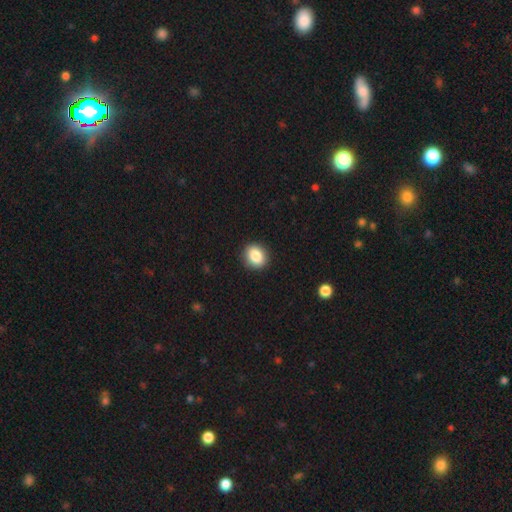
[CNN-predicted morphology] Smooth or featured? smooth (85%)
How rounded? round (64%)
Merging? none (90%)